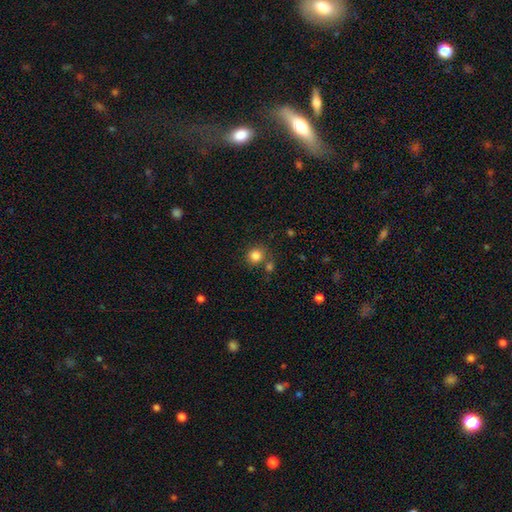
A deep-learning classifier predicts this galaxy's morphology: This appears to be a smooth galaxy with no disk features (83%) that is round (87%). Merging: none (68%).